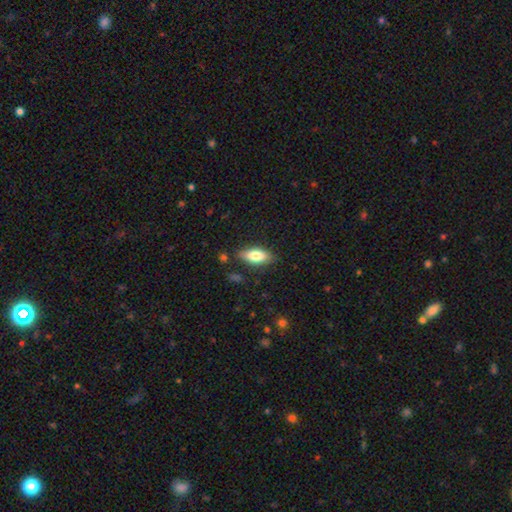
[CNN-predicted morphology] This appears to be a smooth galaxy with no disk features (75%) that is in between round and cigar-shaped (81%). Merging: none (83%).